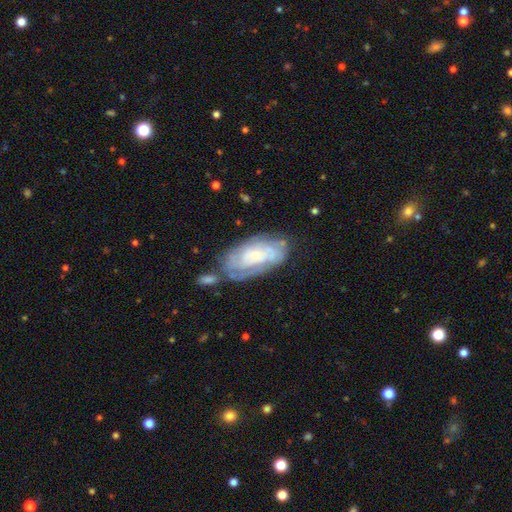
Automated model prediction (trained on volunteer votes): A featured or disk galaxy (74%) with no bar (72%), tight (71%) spiral arms (86%) and a small central bulge (70%).

Vote fractions:
- Smooth or featured? featured or disk: 74% / smooth: 19% / star or artifact: 7%
- Edge-on disk? no: 94% / yes: 6%
- Bar? no: 72% / weak: 22% / strong: 5%
- Spiral arms? yes: 86% / no: 14%
- Spiral winding? tight: 71% / medium: 23% / loose: 7%
- Spiral arm count? can't tell: 55% / 2: 18% / 3: 11% / 4: 8% / more than 4: 4% / 1: 4%
- Bulge size? small: 70% / moderate: 23% / none: 3% / large: 3% / dominant: 1%
- Merging? none: 58% / minor disturbance: 23% / major disturbance: 10% / merger: 10%